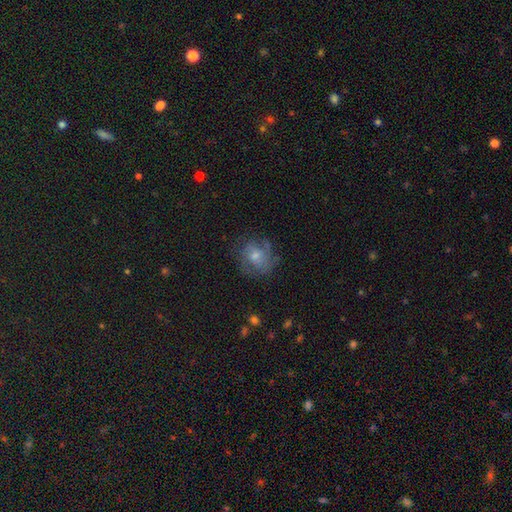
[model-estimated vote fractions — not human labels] This appears to be a featured or disk galaxy (50%). Merging: none (68%).